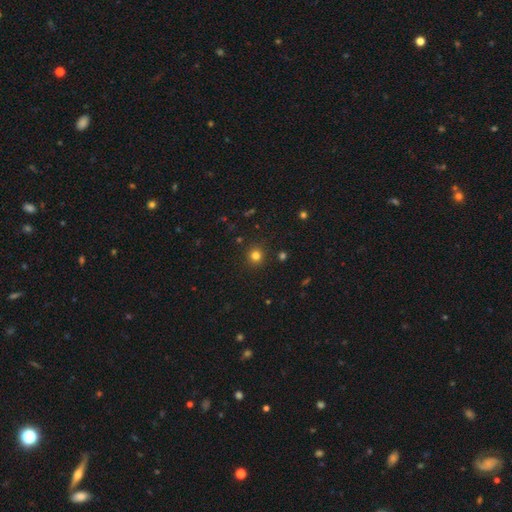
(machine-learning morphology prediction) Overall: smooth (79%). How rounded: round (93%). Merging: none (91%).